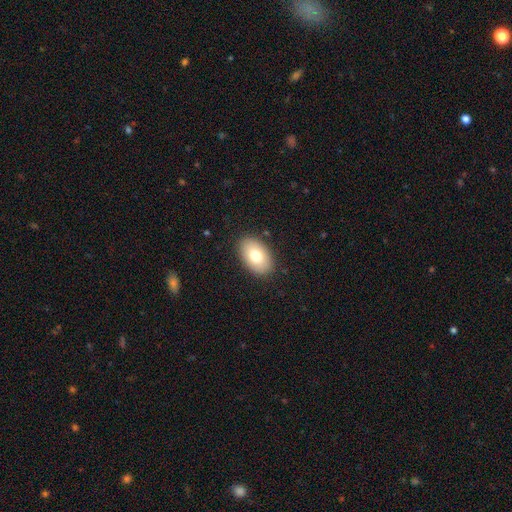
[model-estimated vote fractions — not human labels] Smooth or featured: smooth — 76% (featured or disk — 17%)
How rounded: in between — 92% (round — 7%)
Merging: none — 88% (minor disturbance — 8%)